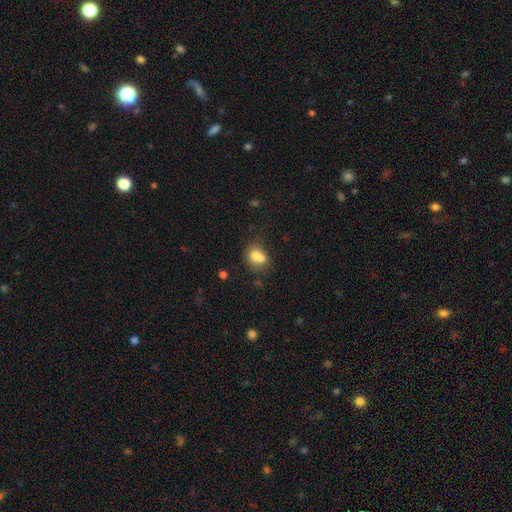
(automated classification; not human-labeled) This appears to be a smooth galaxy with no disk features (73%) that is in between round and cigar-shaped (51%). Merging: merger (47%).